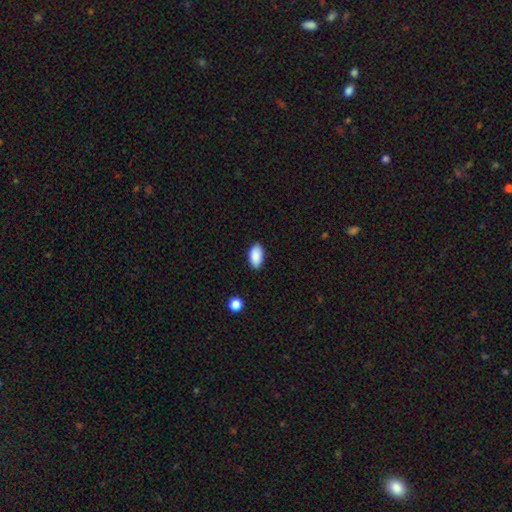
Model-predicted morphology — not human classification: Smooth or featured? smooth (89%)
How rounded? in between (95%)
Merging? none (87%)